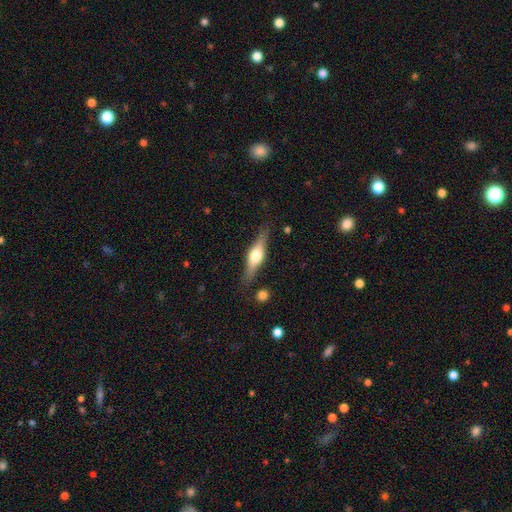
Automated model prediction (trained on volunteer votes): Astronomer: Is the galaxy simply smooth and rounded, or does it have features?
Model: featured or disk — 62%.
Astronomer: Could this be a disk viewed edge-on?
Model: yes — 95%.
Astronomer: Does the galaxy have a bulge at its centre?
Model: rounded — 93%.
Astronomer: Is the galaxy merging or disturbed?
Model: none — 84%.